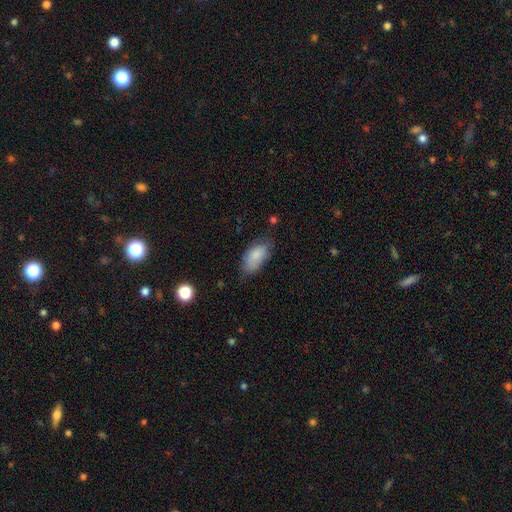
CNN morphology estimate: The model was most divided on "merging": none: 61%, minor disturbance: 30%, major disturbance: 8%, merger: 2%. More confident: how rounded — in between (91%); smooth or featured — smooth (84%).